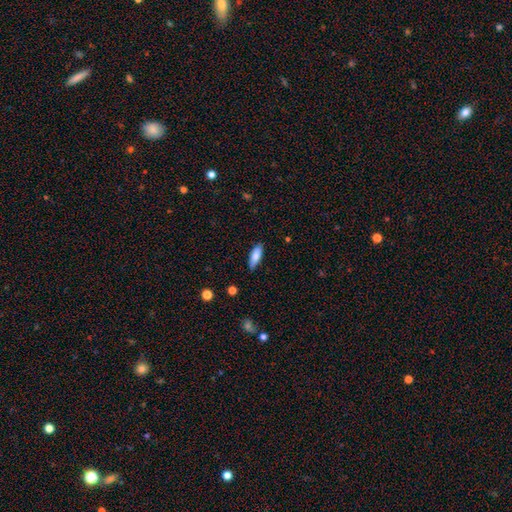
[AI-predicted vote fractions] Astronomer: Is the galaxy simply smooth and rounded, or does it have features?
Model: smooth — 84%.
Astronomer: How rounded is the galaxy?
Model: in between — 66%.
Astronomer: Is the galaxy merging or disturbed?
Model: none — 84%.